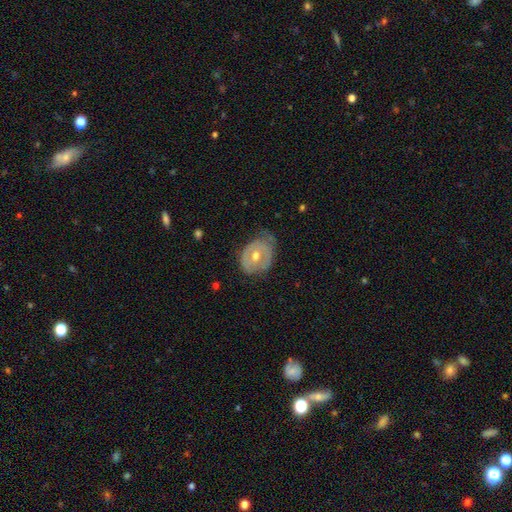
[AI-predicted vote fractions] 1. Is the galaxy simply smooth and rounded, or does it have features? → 61% featured or disk, 32% smooth, 7% star or artifact.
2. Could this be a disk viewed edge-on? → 95% no, 5% yes.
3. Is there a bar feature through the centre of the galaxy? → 70% no, 22% weak, 7% strong.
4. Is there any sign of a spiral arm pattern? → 56% no, 44% yes.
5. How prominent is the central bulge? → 70% moderate, 26% small, 2% large, 1% none, 1% dominant.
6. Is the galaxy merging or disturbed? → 52% none, 34% minor disturbance, 13% major disturbance, 1% merger.